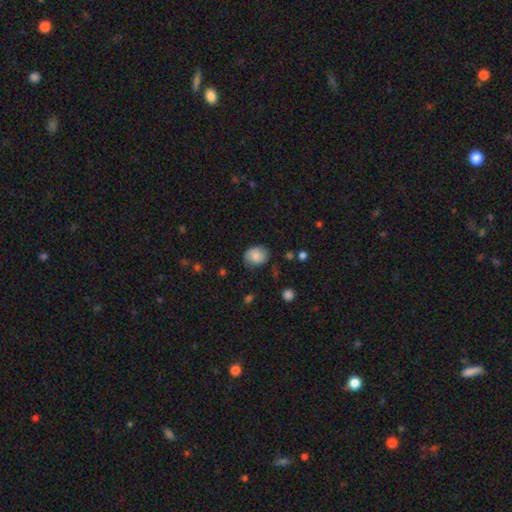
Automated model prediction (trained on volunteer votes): Smooth or featured? smooth (79%)
How rounded? round (55%)
Merging? none (67%)